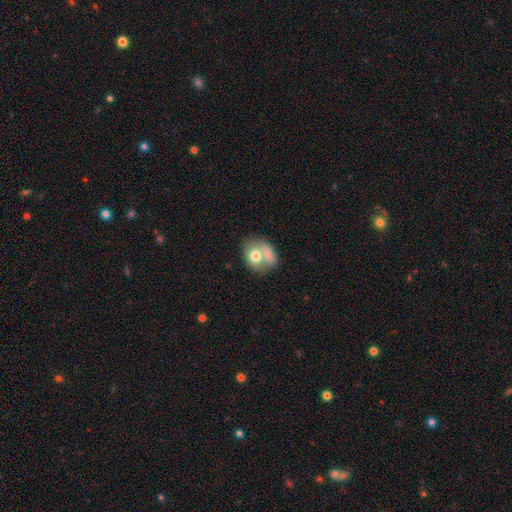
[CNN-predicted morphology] Smooth or featured?
  - smooth: 69% *
  - featured or disk: 24%
  - star or artifact: 7%
How rounded?
  - in between: 50% *
  - round: 49%
  - cigar-shaped: 1%
Merging?
  - merger: 58% *
  - none: 24%
  - minor disturbance: 11%
  - major disturbance: 7%